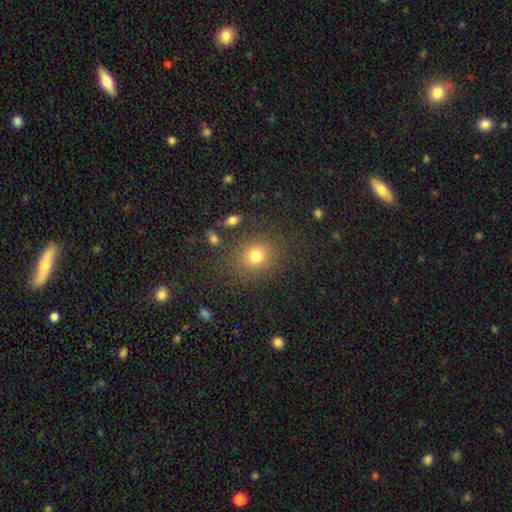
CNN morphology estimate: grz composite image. It shows a smooth galaxy with no disk features (79%) that is round (75%). Merging: none (83%).